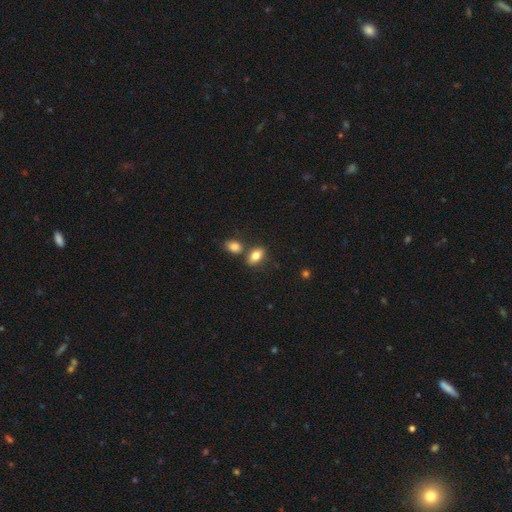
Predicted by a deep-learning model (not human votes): smooth_or_featured: smooth (p=0.81) [alt: featured or disk p=0.11]
how_rounded: in between (p=0.88) [alt: round p=0.09]
merging: none (p=0.67) [alt: merger p=0.19]